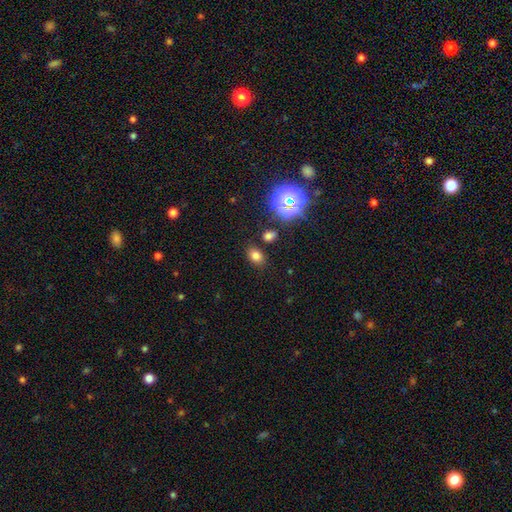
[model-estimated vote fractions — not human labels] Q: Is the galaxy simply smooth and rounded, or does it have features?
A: smooth — 75%.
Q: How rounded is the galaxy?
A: in between — 67%.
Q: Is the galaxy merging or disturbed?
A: none — 81%.